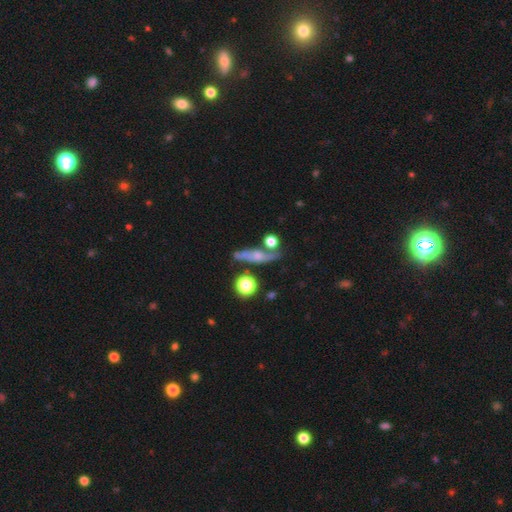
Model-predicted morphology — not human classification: The model was most divided on "smooth or featured": featured or disk: 52%, smooth: 35%, star or artifact: 13%. More confident: edge-on disk — yes (72%); merging — none (67%).